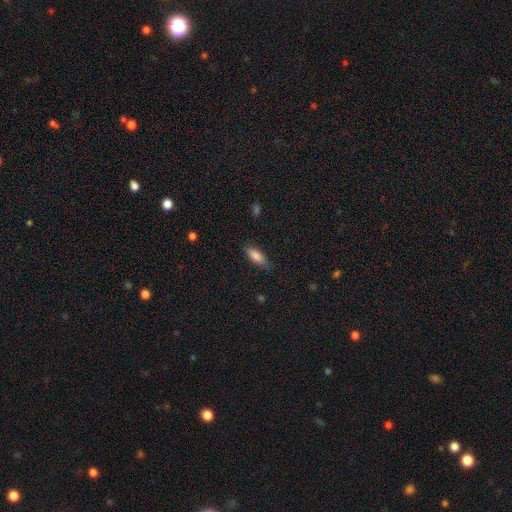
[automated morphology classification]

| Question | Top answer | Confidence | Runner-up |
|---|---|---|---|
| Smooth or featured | smooth | 85% | featured or disk (8%) |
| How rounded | in between | 70% | cigar-shaped (28%) |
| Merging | none | 80% | minor disturbance (16%) |